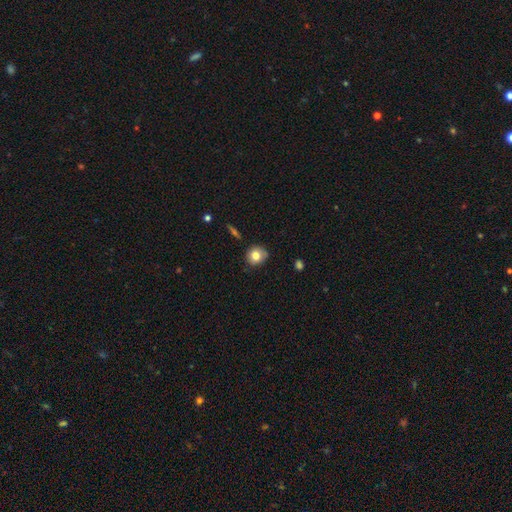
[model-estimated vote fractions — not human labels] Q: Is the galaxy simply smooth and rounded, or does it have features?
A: smooth — 79%.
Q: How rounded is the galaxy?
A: round — 84%.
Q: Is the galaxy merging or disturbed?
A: none — 75%.